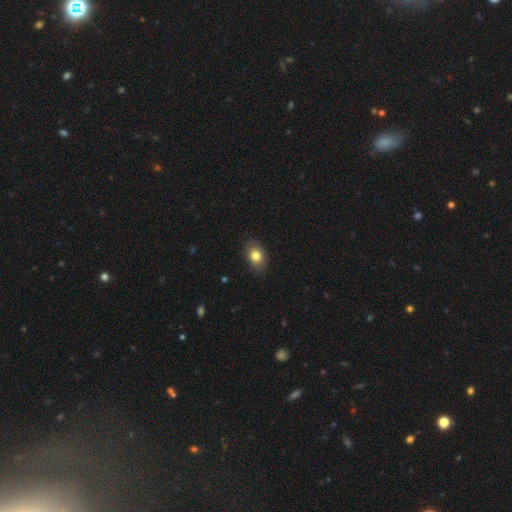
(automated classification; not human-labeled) The model was most divided on "how rounded": in between: 72%, round: 26%, cigar-shaped: 1%. More confident: merging — none (84%); smooth or featured — smooth (82%).